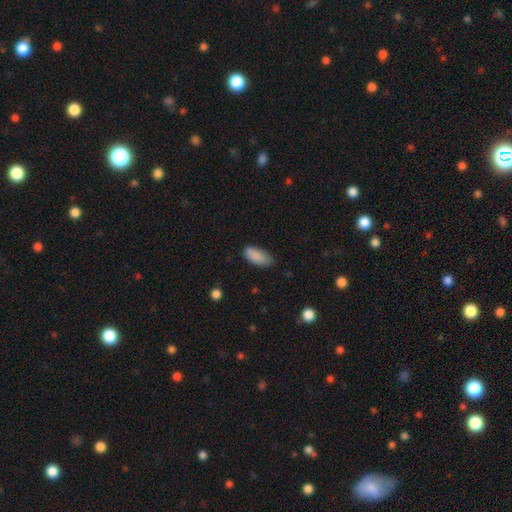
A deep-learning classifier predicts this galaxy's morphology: type=smooth (88%); roundness=in between (88%); merging=none (74%).